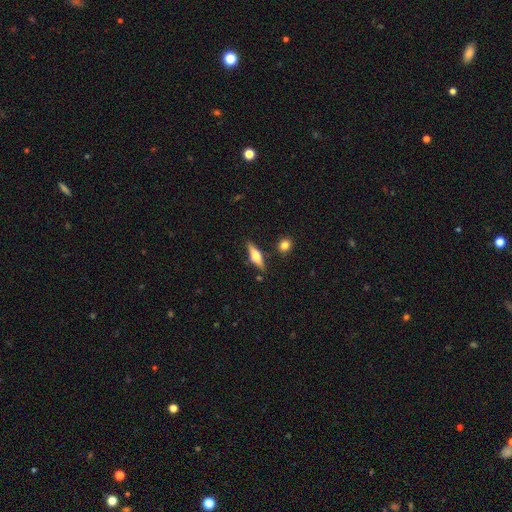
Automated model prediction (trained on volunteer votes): Smooth or featured? featured or disk (50%)
Edge-on disk? yes (94%)
Merging? none (82%)